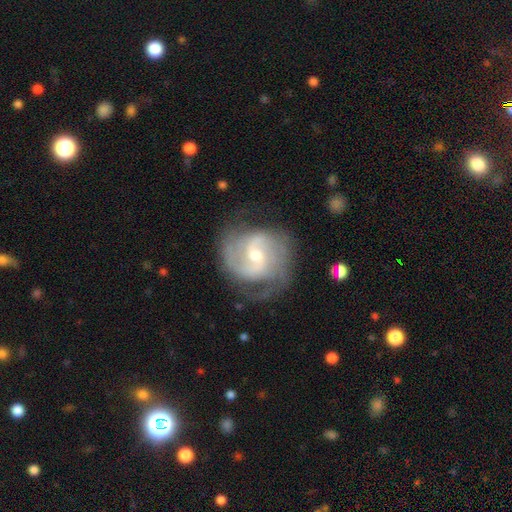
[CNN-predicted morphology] type=featured or disk (88%); edge-on=no (98%); bar=weak (57%); spiral arms=yes (97%); winding=medium (48%); arm count=2 (62%); bulge=moderate (54%); merging=none (70%).